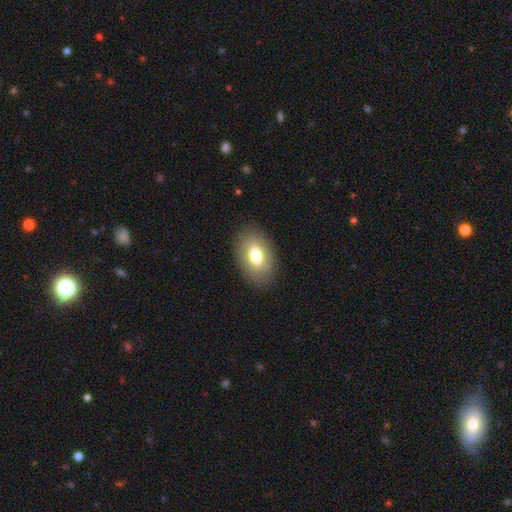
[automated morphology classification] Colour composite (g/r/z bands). It shows a smooth galaxy with no disk features (67%) that is in between round and cigar-shaped (88%). Merging: none (85%).